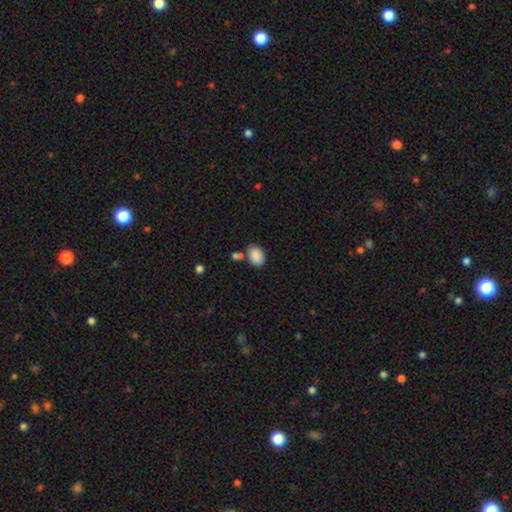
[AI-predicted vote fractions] This is clearly a smooth galaxy (88%). How rounded: likely in between (75%). Merging: likely none (69%).